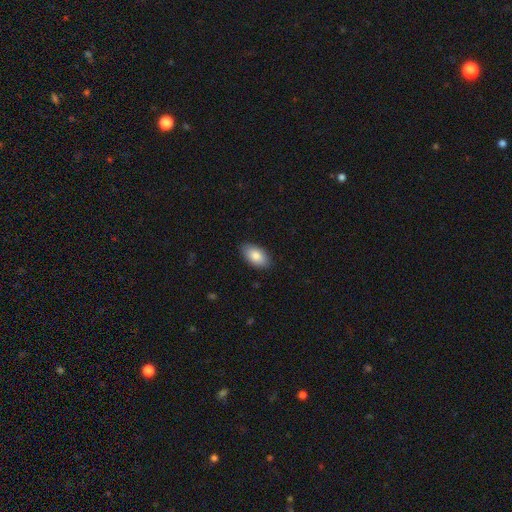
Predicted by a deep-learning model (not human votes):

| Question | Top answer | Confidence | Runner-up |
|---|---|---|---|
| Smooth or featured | smooth | 84% | featured or disk (9%) |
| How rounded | in between | 94% | round (4%) |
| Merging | none | 88% | minor disturbance (9%) |